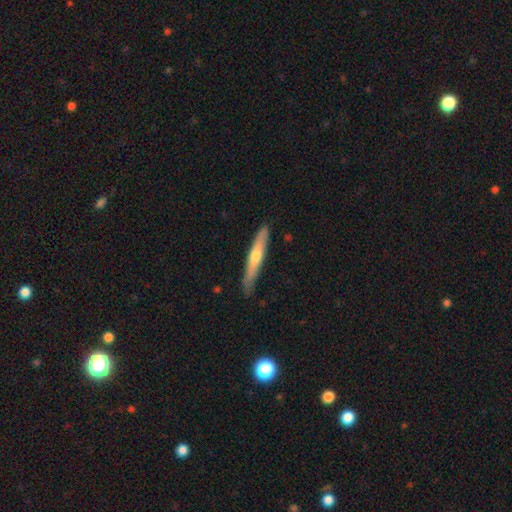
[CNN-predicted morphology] smooth-or-featured: featured or disk: 48% | smooth: 46% | star or artifact: 6%
  merging: none: 83% | minor disturbance: 14% | major disturbance: 2% | merger: 1%